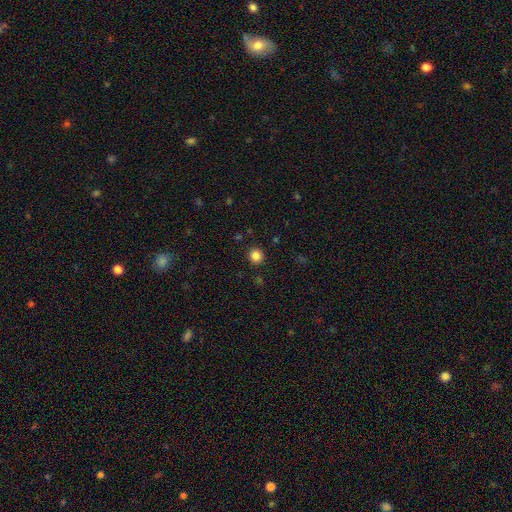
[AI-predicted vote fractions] Morphology: type=smooth (85%); roundness=round (92%); merging=none (91%).